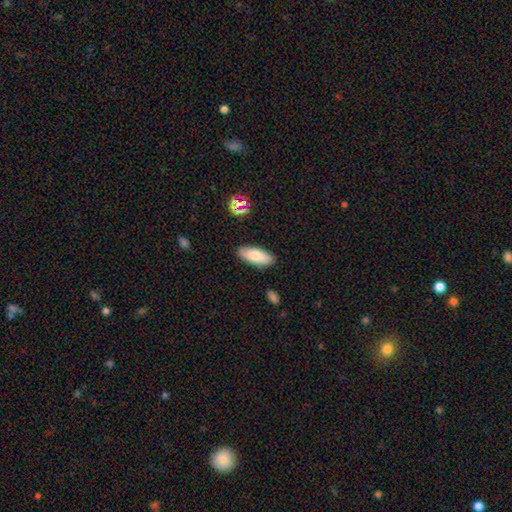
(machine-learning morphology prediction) Smooth or featured? Predicted: smooth (p=0.77). How rounded? Predicted: in between (p=0.80). Merging? Predicted: none (p=0.86).